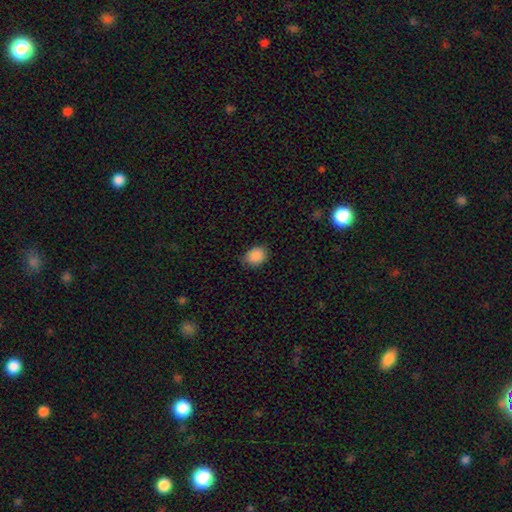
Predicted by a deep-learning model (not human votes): smooth-or-featured: smooth: 88% | star or artifact: 9% | featured or disk: 3%
  how-rounded: round: 52% | in between: 47% | cigar-shaped: 1%
  merging: none: 70% | minor disturbance: 25% | major disturbance: 4% | merger: 1%